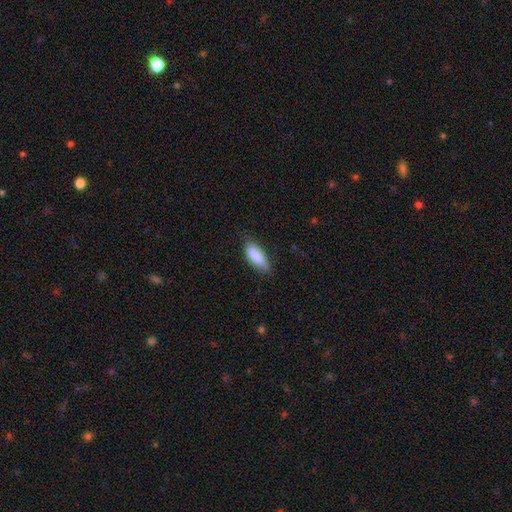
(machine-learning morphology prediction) This is clearly a smooth galaxy (88%). How rounded: likely in between (79%). Merging: likely none (73%).